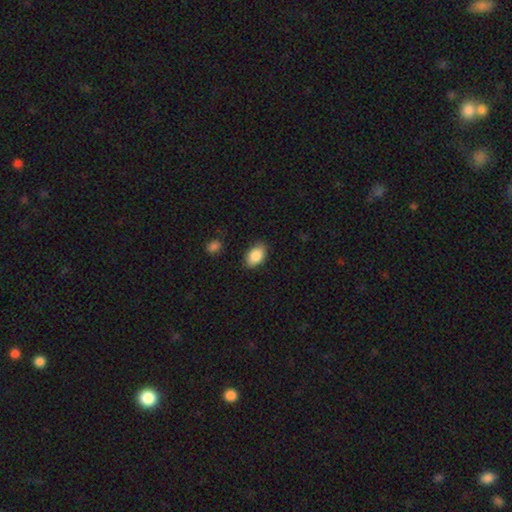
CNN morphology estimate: type=smooth (87%); roundness=in between (90%); merging=none (83%).